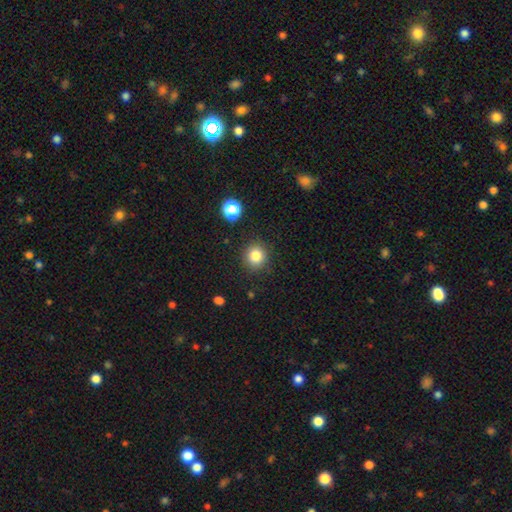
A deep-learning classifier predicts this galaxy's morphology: The model was most divided on "smooth or featured": smooth: 83%, star or artifact: 11%, featured or disk: 6%. More confident: how rounded — round (89%); merging — none (88%).